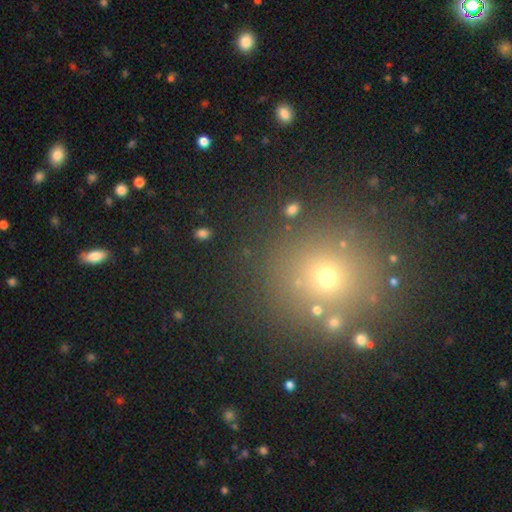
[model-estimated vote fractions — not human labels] smooth-or-featured: smooth: 58% | star or artifact: 33% | featured or disk: 9%
  how-rounded: round: 92% | in between: 7% | cigar-shaped: 1%
  merging: none: 85% | minor disturbance: 7% | merger: 5% | major disturbance: 3%